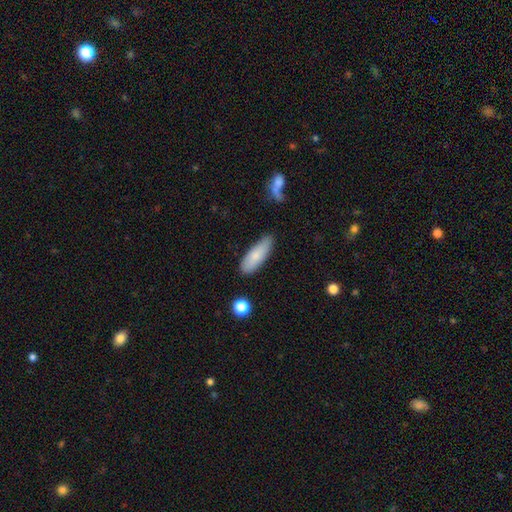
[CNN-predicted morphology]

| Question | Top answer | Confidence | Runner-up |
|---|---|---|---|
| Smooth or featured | smooth | 80% | featured or disk (14%) |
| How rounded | in between | 61% | cigar-shaped (37%) |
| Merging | none | 75% | minor disturbance (19%) |